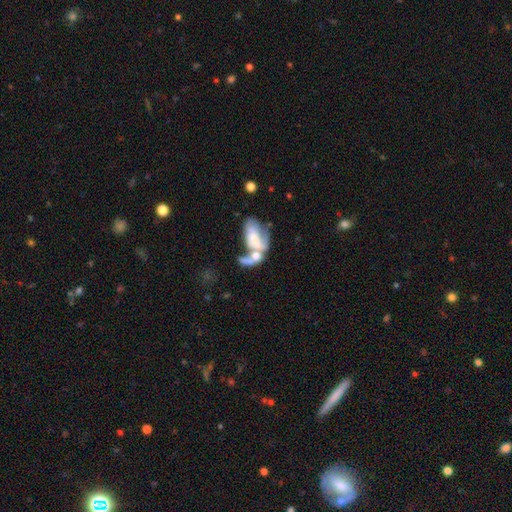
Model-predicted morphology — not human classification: smooth-or-featured: smooth: 48% | featured or disk: 42% | star or artifact: 10%
  merging: merger: 55% | major disturbance: 19% | none: 15% | minor disturbance: 11%